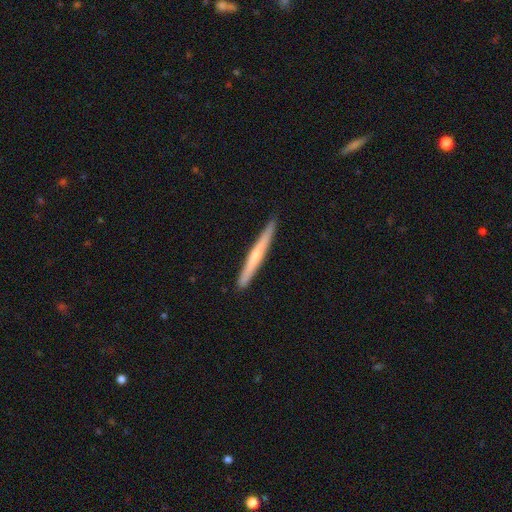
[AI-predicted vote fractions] A featured or disk galaxy (51%) viewed edge-on (97%).

Vote fractions:
- Smooth or featured? featured or disk: 51% / smooth: 44% / star or artifact: 5%
- Edge-on disk? yes: 97% / no: 3%
- Merging? none: 91% / minor disturbance: 7% / major disturbance: 1% / merger: 1%